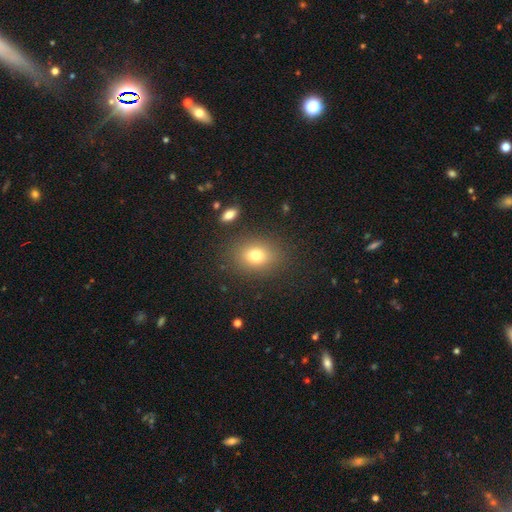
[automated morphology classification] This appears to be a smooth galaxy with no disk features (77%) that is in between round and cigar-shaped (51%). Merging: none (84%).